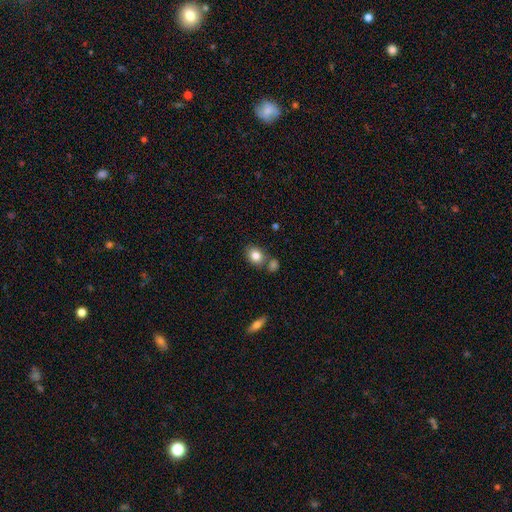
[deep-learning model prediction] Smooth or featured?
  - smooth: 83% *
  - star or artifact: 9%
  - featured or disk: 8%
How rounded?
  - in between: 57% *
  - round: 41%
  - cigar-shaped: 1%
Merging?
  - none: 66% *
  - merger: 18%
  - minor disturbance: 12%
  - major disturbance: 3%